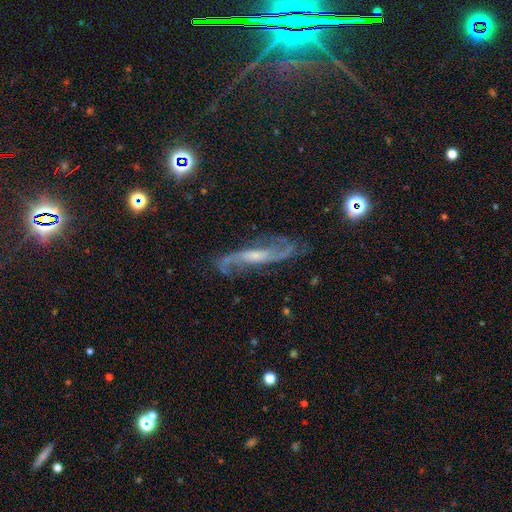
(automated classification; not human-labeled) This appears to be a featured or disk galaxy (86%) with a weak bar (42%), 2 (85%) loose (50%) spiral arms (96%) and a small central bulge (59%). Merging: none (72%).